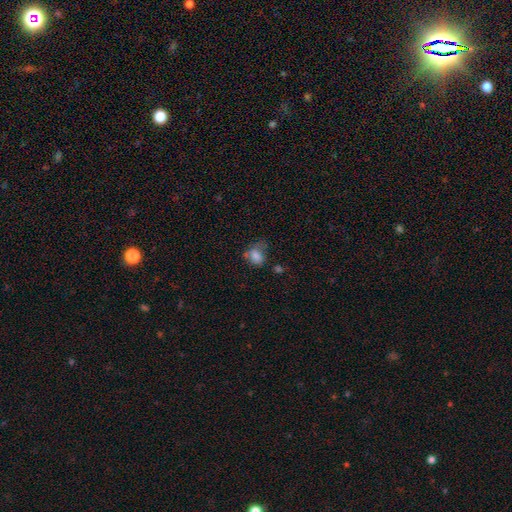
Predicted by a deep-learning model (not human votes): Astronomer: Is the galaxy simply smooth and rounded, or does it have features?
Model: smooth — 76%.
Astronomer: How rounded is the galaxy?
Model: in between — 62%.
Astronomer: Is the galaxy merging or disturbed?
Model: none — 36% (runner-up: minor disturbance, 31%).